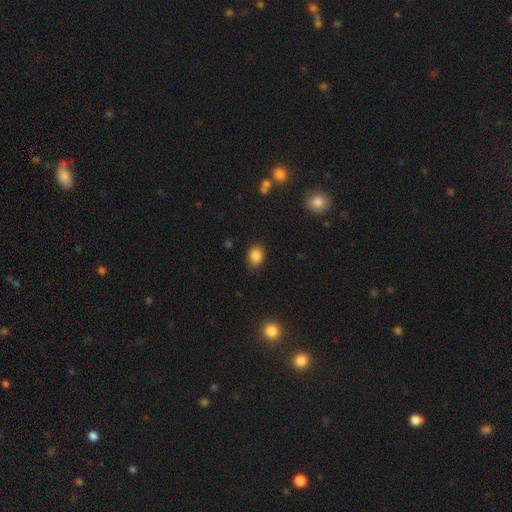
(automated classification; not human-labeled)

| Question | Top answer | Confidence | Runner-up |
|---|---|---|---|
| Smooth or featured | smooth | 86% | star or artifact (10%) |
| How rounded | in between | 52% | round (47%) |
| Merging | none | 85% | minor disturbance (11%) |